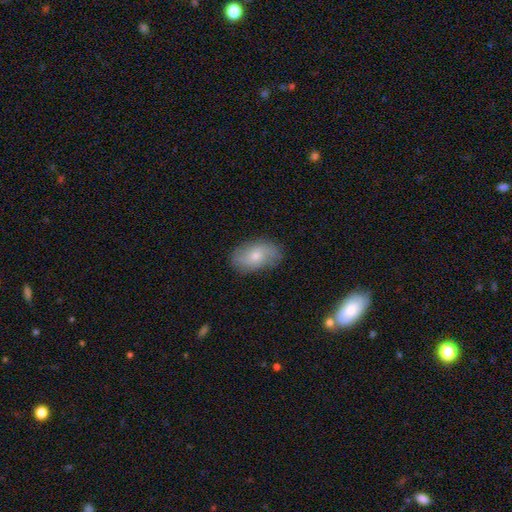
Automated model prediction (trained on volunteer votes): Smooth or featured? smooth (61%)
How rounded? in between (91%)
Merging? none (79%)